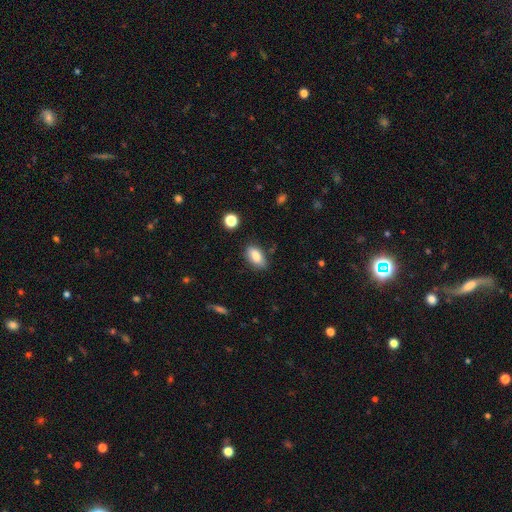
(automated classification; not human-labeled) Overall: smooth (84%). How rounded: in between (89%). Merging: none (79%).